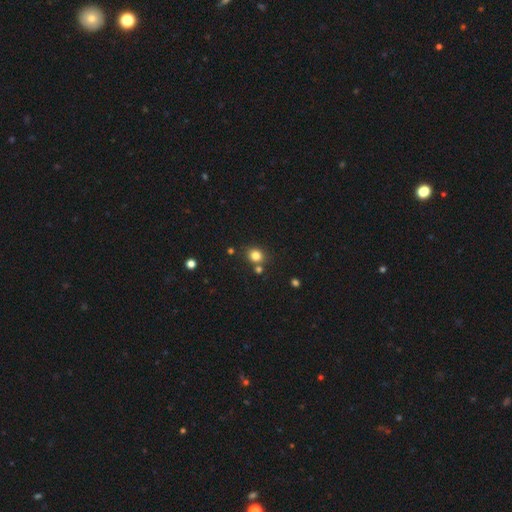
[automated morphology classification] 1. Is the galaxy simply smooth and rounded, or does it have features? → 81% smooth, 13% star or artifact, 6% featured or disk.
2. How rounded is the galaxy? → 74% round, 25% in between, 1% cigar-shaped.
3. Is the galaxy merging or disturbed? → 74% none, 13% merger, 10% minor disturbance, 3% major disturbance.